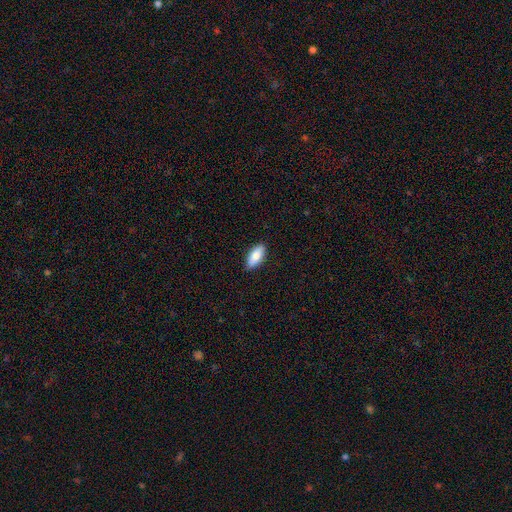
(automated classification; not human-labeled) smooth-or-featured: smooth: 79% | featured or disk: 15% | star or artifact: 6%
  how-rounded: in between: 83% | cigar-shaped: 14% | round: 2%
  merging: none: 88% | minor disturbance: 9% | major disturbance: 2% | merger: 1%